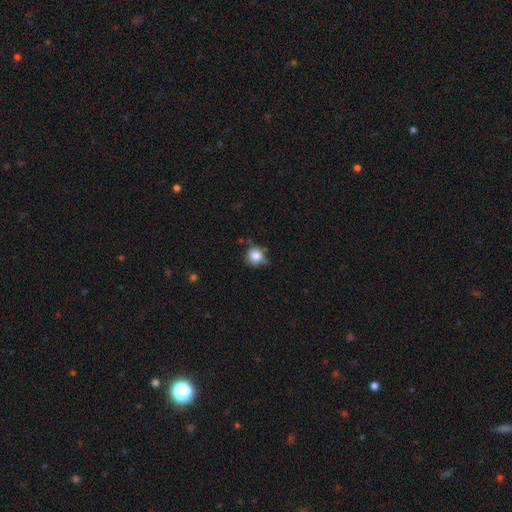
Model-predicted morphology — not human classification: Q: Smooth or featured?
A: smooth (81%); runner-up: star or artifact (10%)
Q: How rounded?
A: round (86%); runner-up: in between (13%)
Q: Merging?
A: none (60%); runner-up: minor disturbance (29%)